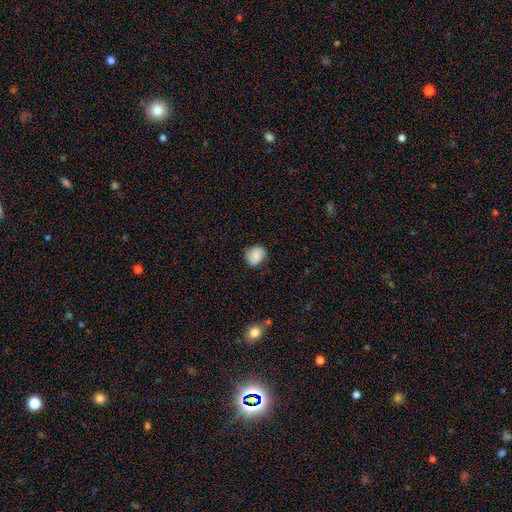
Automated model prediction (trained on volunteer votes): smooth 73%, featured or disk 19%, star or artifact 8%. Down the decision tree: how rounded — round (74%); merging — none (74%).